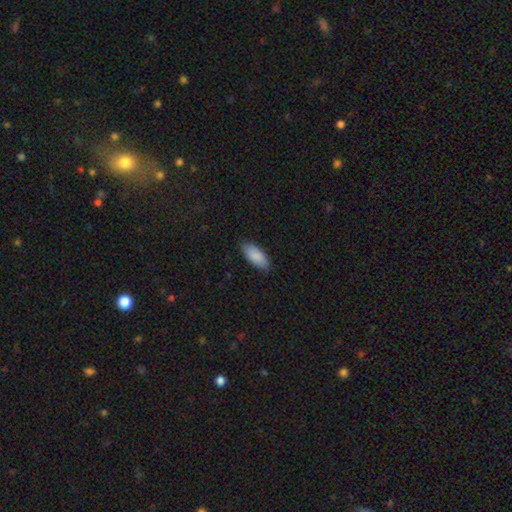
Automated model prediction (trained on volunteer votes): Q: Smooth or featured?
A: smooth (89%); runner-up: star or artifact (6%)
Q: How rounded?
A: in between (87%); runner-up: cigar-shaped (11%)
Q: Merging?
A: none (82%); runner-up: minor disturbance (14%)